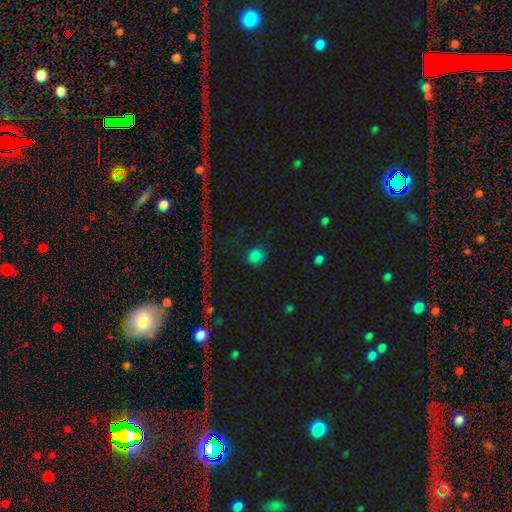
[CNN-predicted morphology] This is likely a smooth galaxy (79%). How rounded: clearly round (90%). Merging: clearly none (85%).